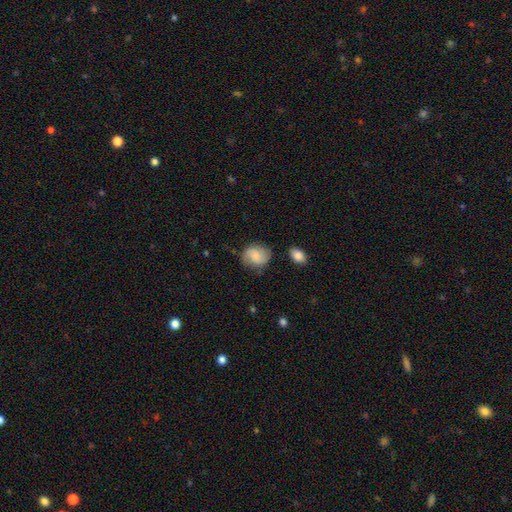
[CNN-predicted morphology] Smooth or featured? smooth (62%)
How rounded? round (66%)
Merging? none (70%)